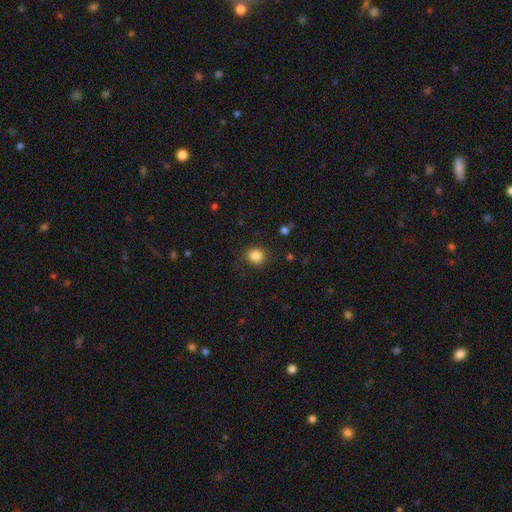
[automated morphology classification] type=smooth (85%); roundness=round (84%); merging=none (82%).